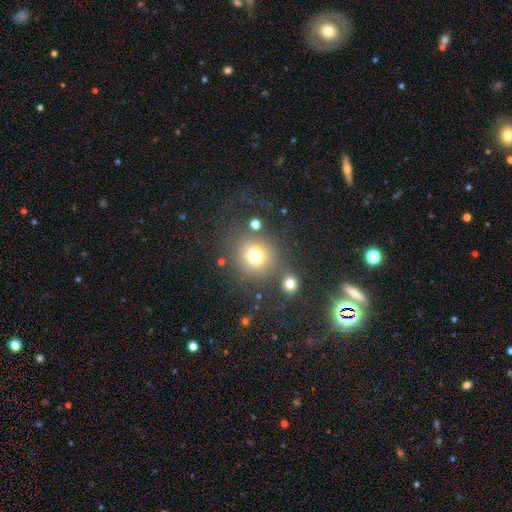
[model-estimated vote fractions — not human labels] A smooth galaxy with no disk features (72%) that is round (86%).

Vote fractions:
- Smooth or featured? smooth: 72% / star or artifact: 16% / featured or disk: 12%
- How rounded? round: 86% / in between: 13% / cigar-shaped: 1%
- Merging? none: 68% / merger: 13% / minor disturbance: 11% / major disturbance: 7%